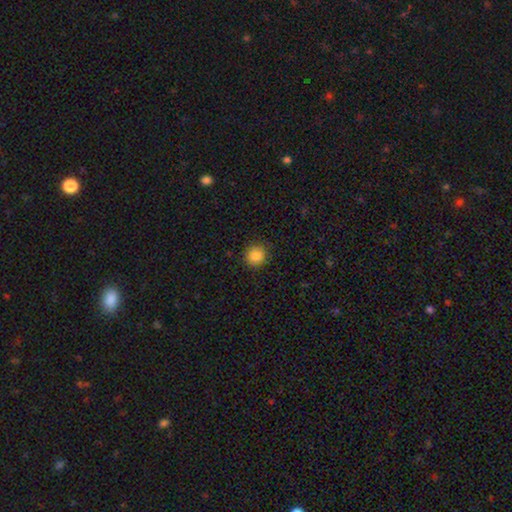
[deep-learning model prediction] smooth-or-featured: smooth: 86% | star or artifact: 10% | featured or disk: 4%
  how-rounded: round: 93% | in between: 6% | cigar-shaped: 1%
  merging: none: 89% | minor disturbance: 8% | major disturbance: 2% | merger: 1%